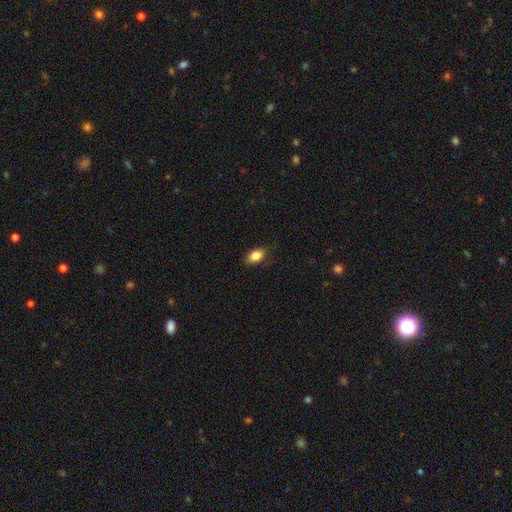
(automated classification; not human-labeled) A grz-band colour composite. It shows a smooth galaxy with no disk features (86%) that is in between round and cigar-shaped (86%). Merging: none (79%).